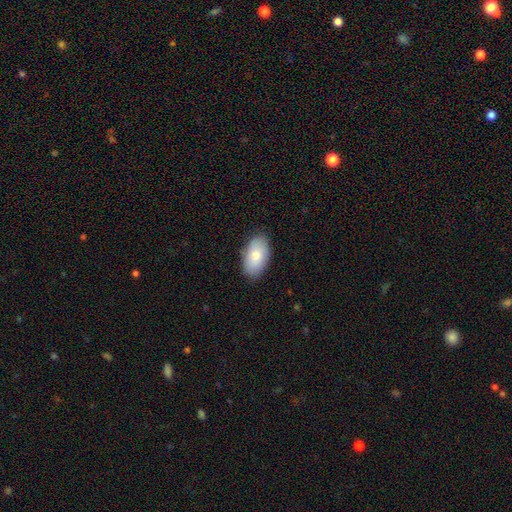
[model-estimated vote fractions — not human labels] Q: Smooth or featured?
A: smooth (79%); runner-up: featured or disk (15%)
Q: How rounded?
A: in between (94%); runner-up: round (4%)
Q: Merging?
A: none (85%); runner-up: minor disturbance (12%)